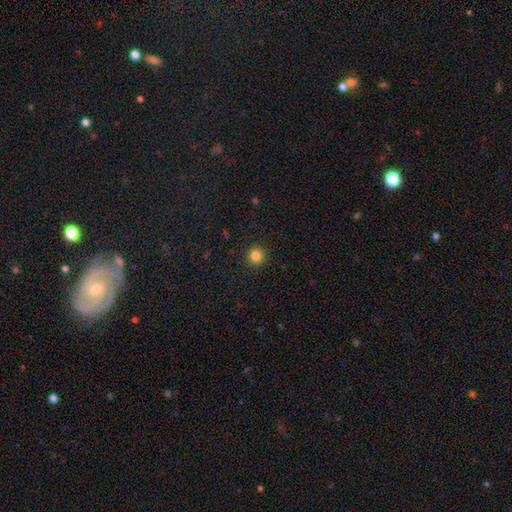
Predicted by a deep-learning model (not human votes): This appears to be a smooth galaxy with no disk features (84%) that is round (93%). Merging: none (92%).